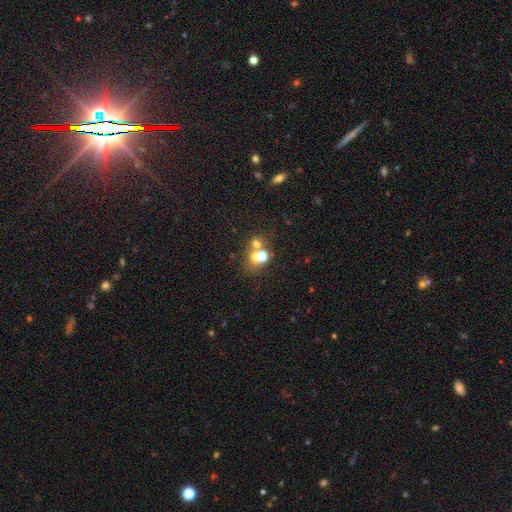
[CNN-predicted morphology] The model was most divided on "merging": merger: 51%, none: 37%, minor disturbance: 7%, major disturbance: 5%. More confident: how rounded — round (70%); smooth or featured — smooth (57%).